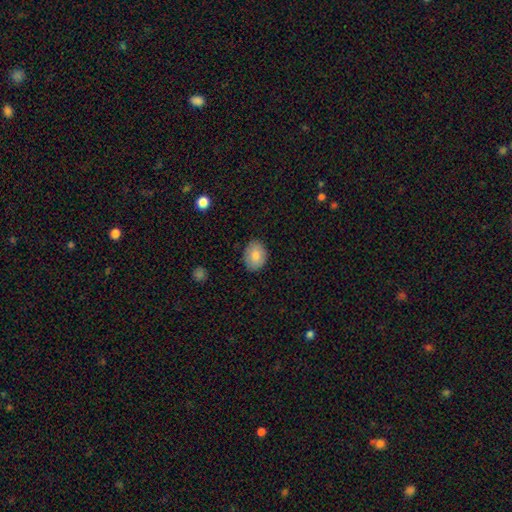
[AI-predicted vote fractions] Smooth or featured? smooth (82%)
How rounded? in between (61%)
Merging? none (86%)